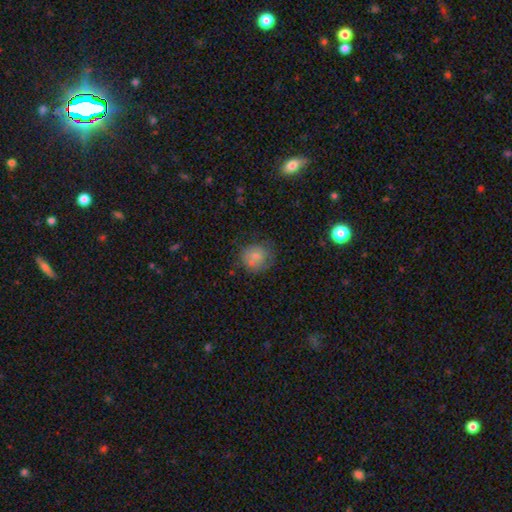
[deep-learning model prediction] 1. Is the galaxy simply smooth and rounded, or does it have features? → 69% smooth, 18% featured or disk, 13% star or artifact.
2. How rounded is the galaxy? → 84% round, 15% in between, 1% cigar-shaped.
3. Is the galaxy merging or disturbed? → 72% none, 19% minor disturbance, 6% major disturbance, 3% merger.